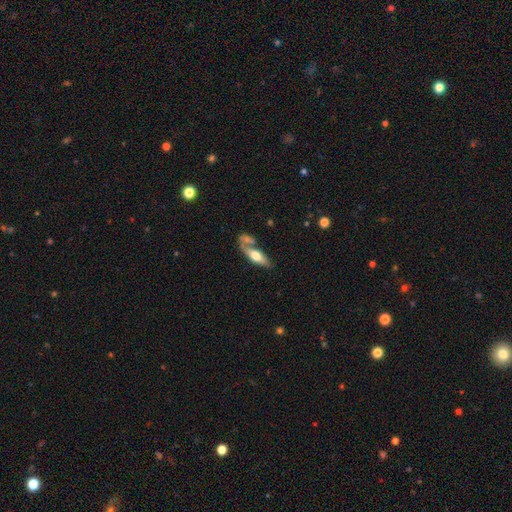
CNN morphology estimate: Smooth or featured? Predicted: smooth (p=0.49). Merging? Predicted: none (p=0.44).